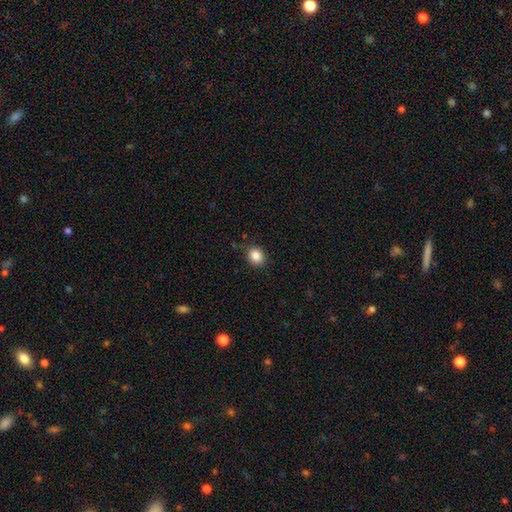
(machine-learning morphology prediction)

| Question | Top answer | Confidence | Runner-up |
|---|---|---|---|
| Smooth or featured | smooth | 86% | star or artifact (10%) |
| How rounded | round | 69% | in between (30%) |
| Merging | none | 86% | minor disturbance (10%) |